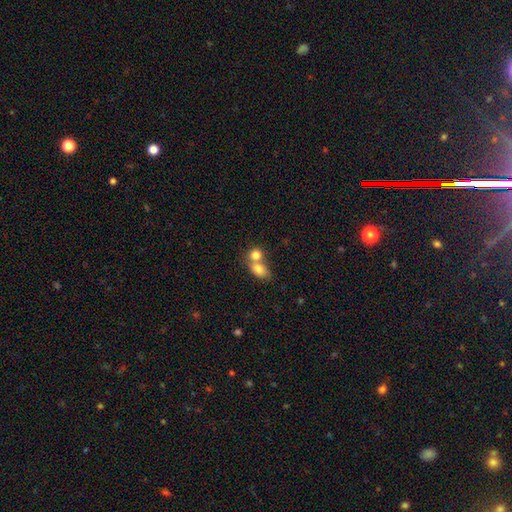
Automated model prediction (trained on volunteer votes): Smooth or featured? Predicted: smooth (p=0.80). How rounded? Predicted: in between (p=0.49, tied with round). Merging? Predicted: merger (p=0.62).